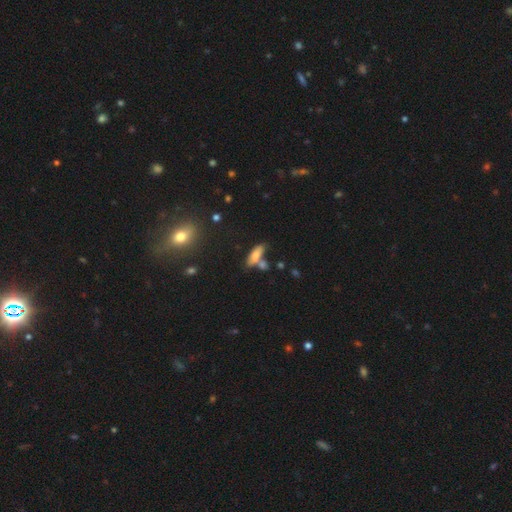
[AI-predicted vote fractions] smooth_or_featured: smooth (p=0.71) [alt: featured or disk p=0.18]
how_rounded: in between (p=0.59) [alt: cigar-shaped p=0.37]
merging: none (p=0.50) [alt: merger p=0.29]